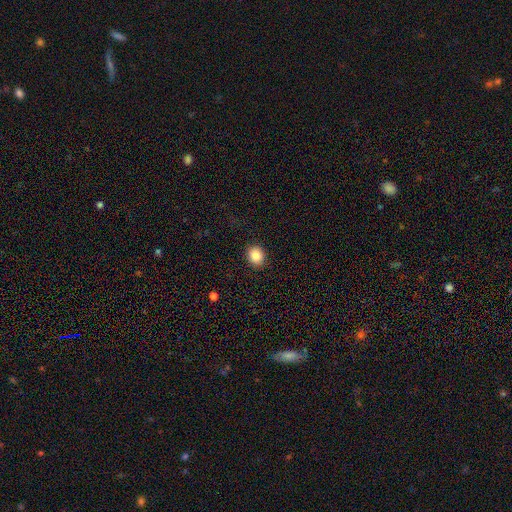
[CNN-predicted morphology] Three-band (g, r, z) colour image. It shows a smooth galaxy with no disk features (85%) that is round (67%). Merging: none (91%).